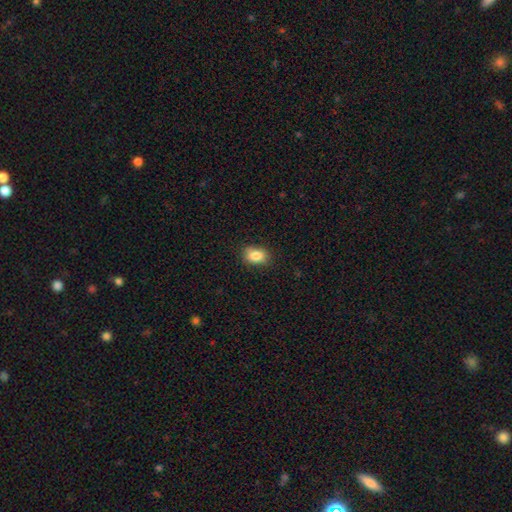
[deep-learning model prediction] Smooth or featured?
  - smooth: 85% *
  - star or artifact: 9%
  - featured or disk: 6%
How rounded?
  - in between: 78% *
  - round: 21%
  - cigar-shaped: 2%
Merging?
  - none: 84% *
  - minor disturbance: 13%
  - major disturbance: 3%
  - merger: 1%